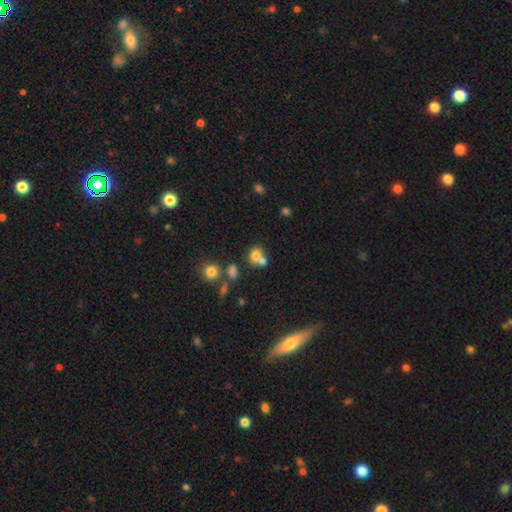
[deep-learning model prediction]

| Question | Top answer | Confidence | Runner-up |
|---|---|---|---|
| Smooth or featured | smooth | 71% | star or artifact (15%) |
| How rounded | round | 61% | in between (38%) |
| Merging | merger | 47% | none (39%) |